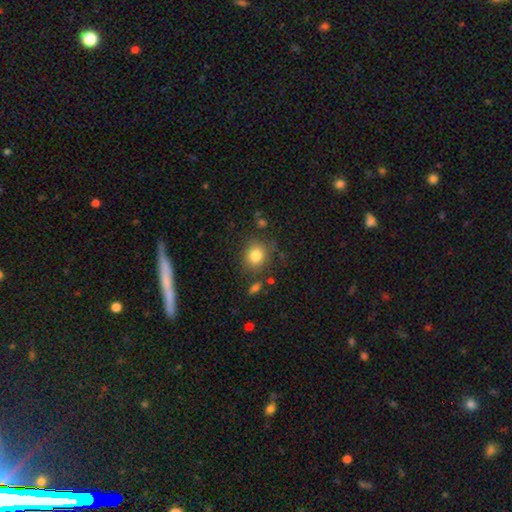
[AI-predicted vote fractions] This appears to be a smooth galaxy with no disk features (83%) that is round (76%). Merging: none (78%).